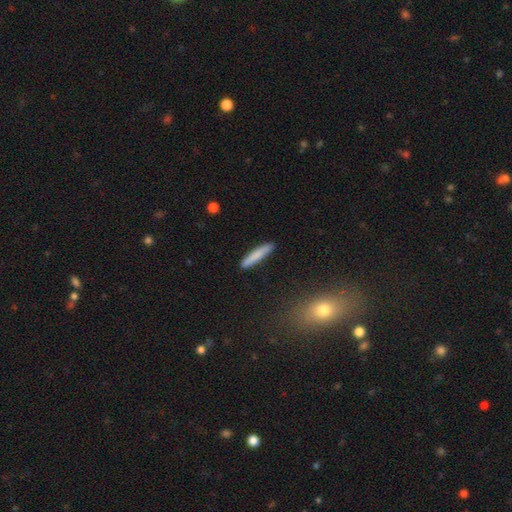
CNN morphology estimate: The model was most divided on "smooth or featured": smooth: 80%, featured or disk: 14%, star or artifact: 6%. More confident: how rounded — cigar-shaped (93%); merging — none (90%).